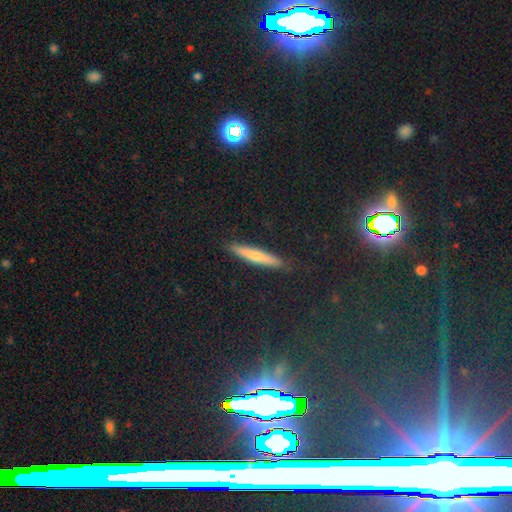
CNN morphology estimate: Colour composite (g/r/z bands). It shows a smooth galaxy with no disk features (54%) that is cigar-shaped (92%). Merging: none (90%).